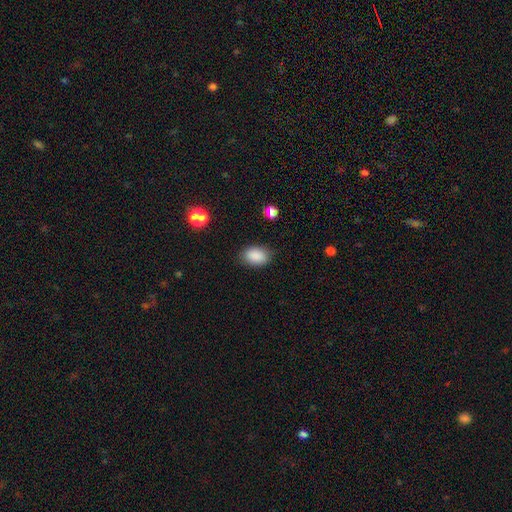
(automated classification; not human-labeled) A smooth galaxy with no disk features (89%) that is in between round and cigar-shaped (86%). Merging: none (84%).